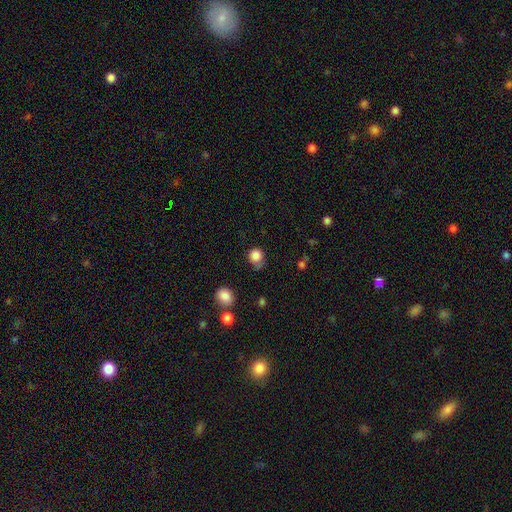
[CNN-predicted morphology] Q: Smooth or featured?
A: smooth (84%); runner-up: star or artifact (11%)
Q: How rounded?
A: round (83%); runner-up: in between (16%)
Q: Merging?
A: none (56%); runner-up: minor disturbance (29%)